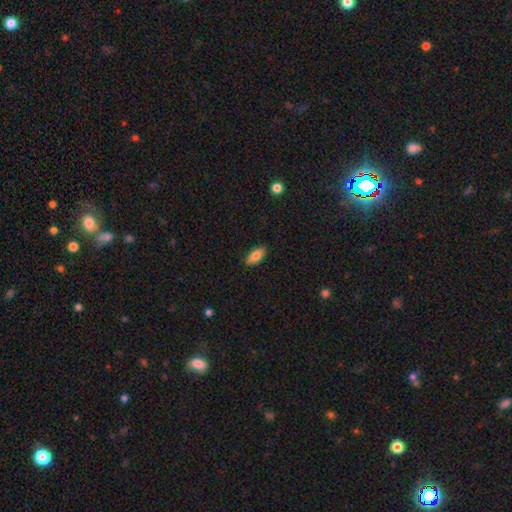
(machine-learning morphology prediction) Smooth or featured? smooth (76%)
How rounded? in between (82%)
Merging? none (89%)